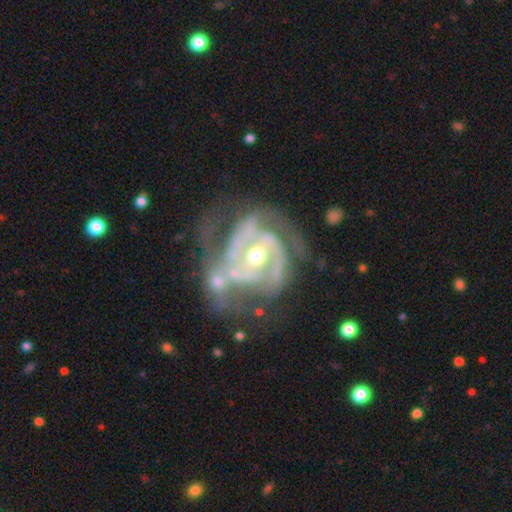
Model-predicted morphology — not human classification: A featured or disk galaxy (89%) with no bar (47%), 2 (33%) tight (51%) spiral arms (92%) and a moderate central bulge (63%).

Vote fractions:
- Smooth or featured? featured or disk: 89% / smooth: 6% / star or artifact: 6%
- Edge-on disk? no: 98% / yes: 2%
- Bar? no: 47% / weak: 33% / strong: 20%
- Spiral arms? yes: 92% / no: 8%
- Spiral winding? tight: 51% / medium: 39% / loose: 10%
- Spiral arm count? 2: 33% / 3: 31% / can't tell: 21% / 4: 6% / 1: 5% / more than 4: 4%
- Bulge size? moderate: 63% / small: 33% / large: 3% / none: 1% / dominant: 1%
- Merging? none: 37% / major disturbance: 25% / minor disturbance: 21% / merger: 18%